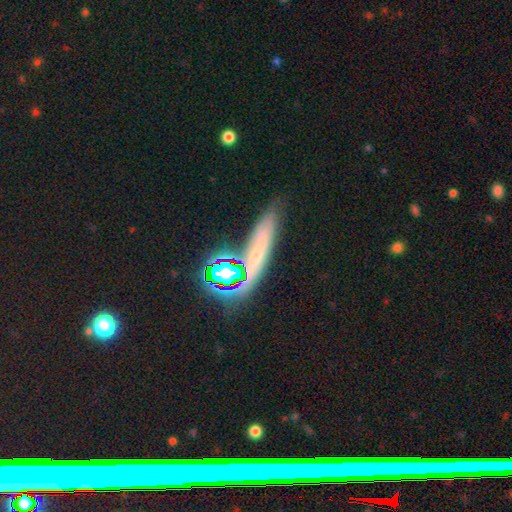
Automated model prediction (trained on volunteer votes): Q: Smooth or featured?
A: star or artifact (43%); runner-up: smooth (34%)